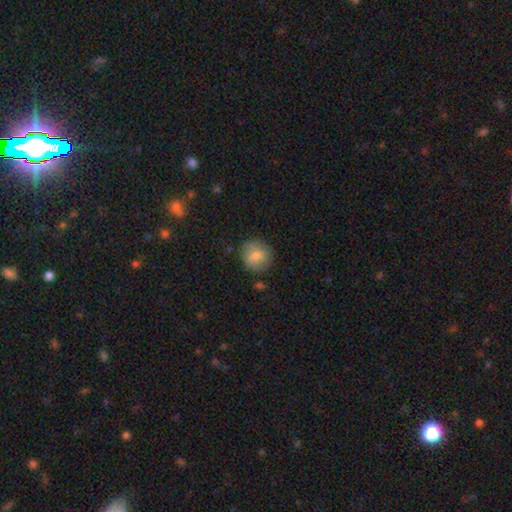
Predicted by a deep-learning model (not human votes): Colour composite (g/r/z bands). It shows a smooth galaxy with no disk features (81%) that is round (91%). Merging: none (82%).